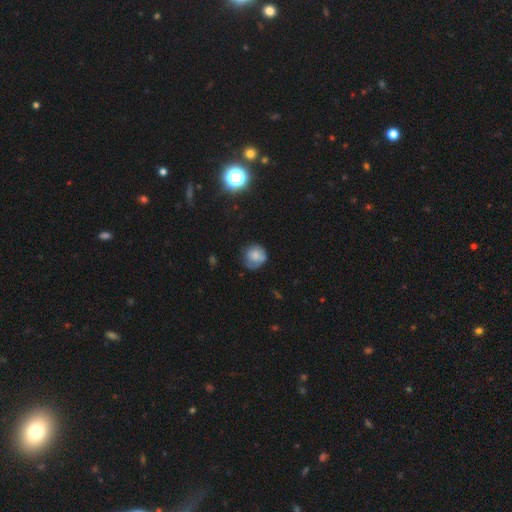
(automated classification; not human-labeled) Morphology: type=smooth (74%); roundness=round (87%); merging=none (62%).